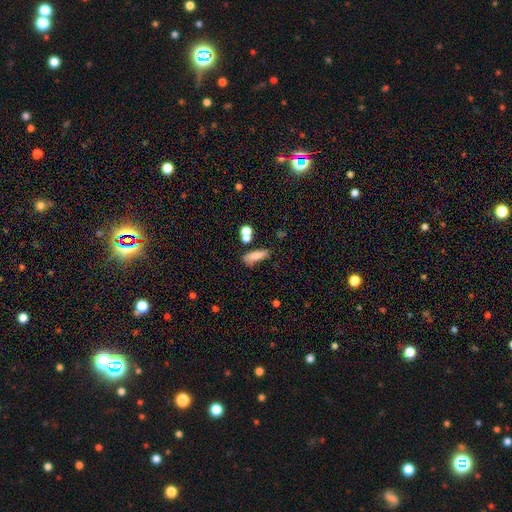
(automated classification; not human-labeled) A smooth galaxy with no disk features (77%) that is cigar-shaped (49%).

Vote fractions:
- Smooth or featured? smooth: 77% / featured or disk: 12% / star or artifact: 11%
- How rounded? cigar-shaped: 49% / in between: 45% / round: 6%
- Merging? none: 53% / minor disturbance: 21% / merger: 17% / major disturbance: 9%